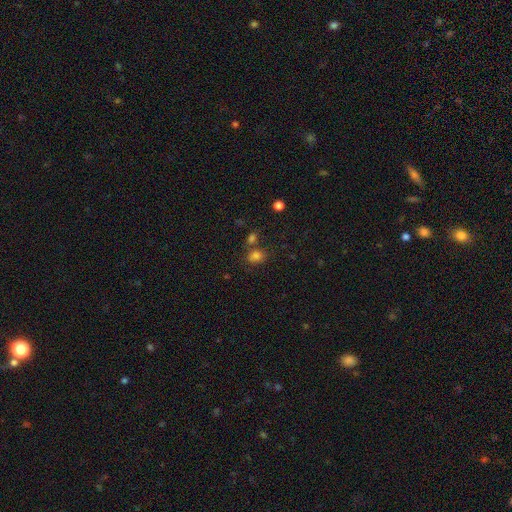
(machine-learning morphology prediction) Q: Smooth or featured?
A: smooth (76%); runner-up: star or artifact (17%)
Q: How rounded?
A: in between (55%); runner-up: round (43%)
Q: Merging?
A: none (60%); runner-up: merger (22%)